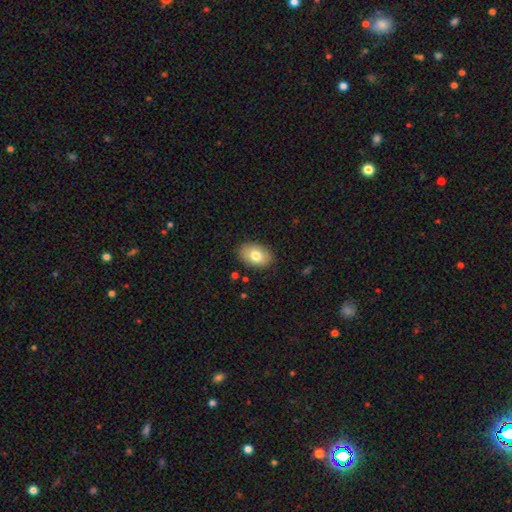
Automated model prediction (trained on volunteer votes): This appears to be a smooth galaxy with no disk features (77%) that is in between round and cigar-shaped (86%). Merging: none (87%).